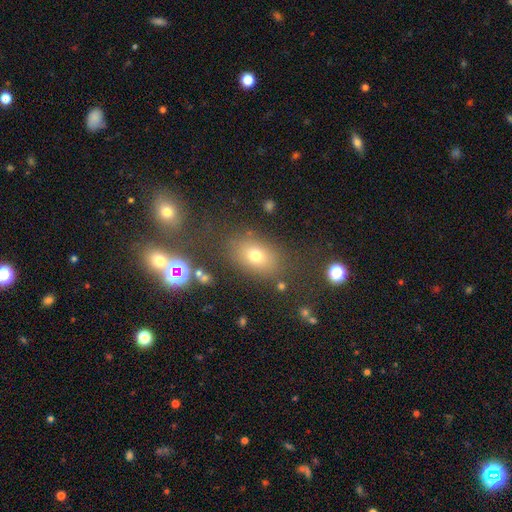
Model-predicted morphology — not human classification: A smooth galaxy with no disk features (71%) that is in between round and cigar-shaped (71%).

Vote fractions:
- Smooth or featured? smooth: 71% / star or artifact: 17% / featured or disk: 12%
- How rounded? in between: 71% / round: 27% / cigar-shaped: 2%
- Merging? none: 77% / minor disturbance: 12% / major disturbance: 6% / merger: 4%